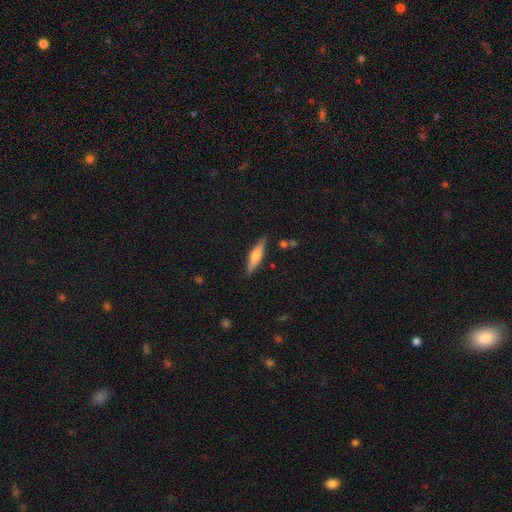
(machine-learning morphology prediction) The model was most divided on "smooth or featured": smooth: 48%, featured or disk: 46%, star or artifact: 6%. More confident: merging — none (85%).